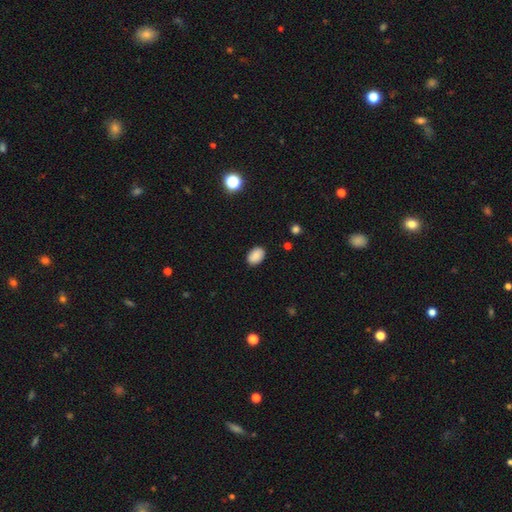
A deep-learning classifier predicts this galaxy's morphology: The model was most divided on "how rounded": in between: 84%, round: 15%, cigar-shaped: 1%. More confident: smooth or featured — smooth (87%); merging — none (86%).